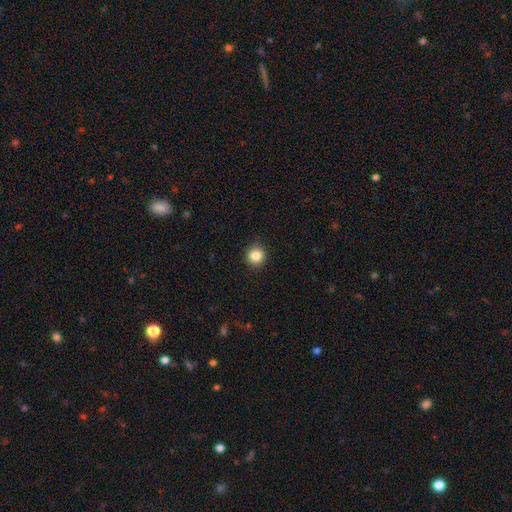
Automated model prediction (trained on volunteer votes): This appears to be a smooth galaxy with no disk features (85%) that is round (94%). Merging: none (92%).